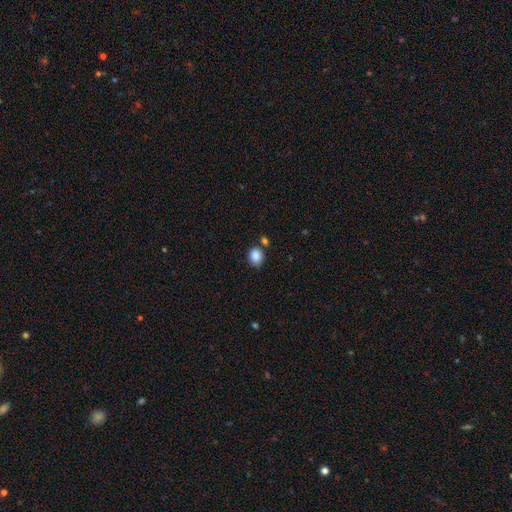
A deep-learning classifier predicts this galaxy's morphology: smooth-or-featured: smooth: 87% | star or artifact: 9% | featured or disk: 4%
  how-rounded: round: 54% | in between: 45% | cigar-shaped: 1%
  merging: none: 74% | minor disturbance: 15% | merger: 8% | major disturbance: 3%